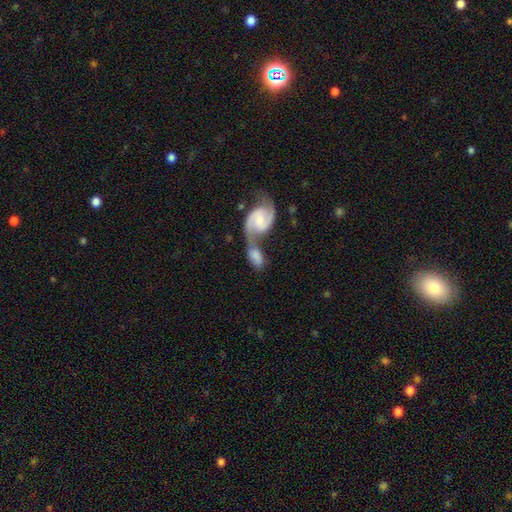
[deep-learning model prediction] Smooth or featured?
  - featured or disk: 53% *
  - smooth: 41%
  - star or artifact: 6%
Edge-on disk?
  - no: 94% *
  - yes: 6%
Merging?
  - merger: 71% *
  - none: 16%
  - minor disturbance: 7%
  - major disturbance: 6%